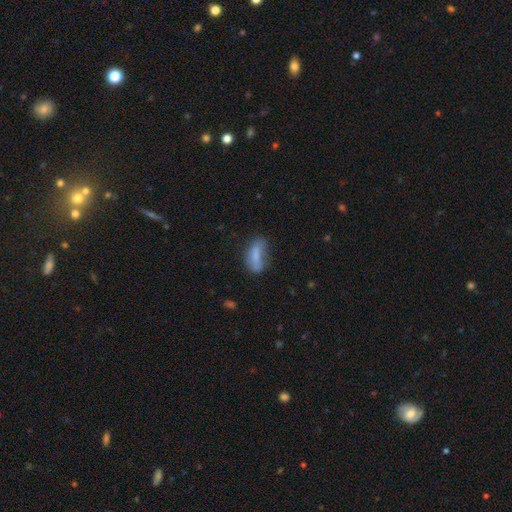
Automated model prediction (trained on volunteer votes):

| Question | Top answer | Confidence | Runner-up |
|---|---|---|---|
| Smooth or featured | smooth | 72% | featured or disk (19%) |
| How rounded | in between | 76% | cigar-shaped (20%) |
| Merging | none | 46% | minor disturbance (31%) |